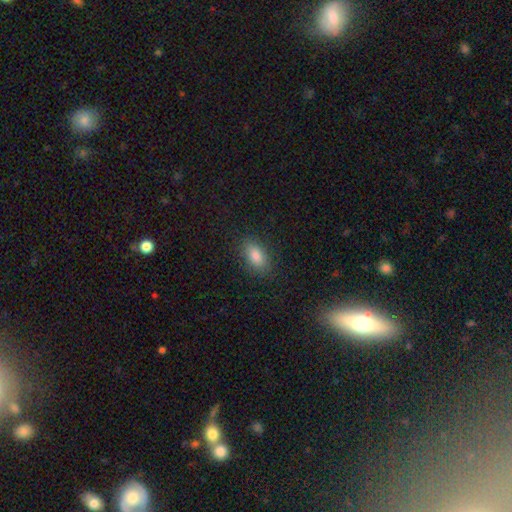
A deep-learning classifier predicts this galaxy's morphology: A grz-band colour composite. It shows a smooth galaxy with no disk features (83%) that is in between round and cigar-shaped (89%). Merging: none (87%).